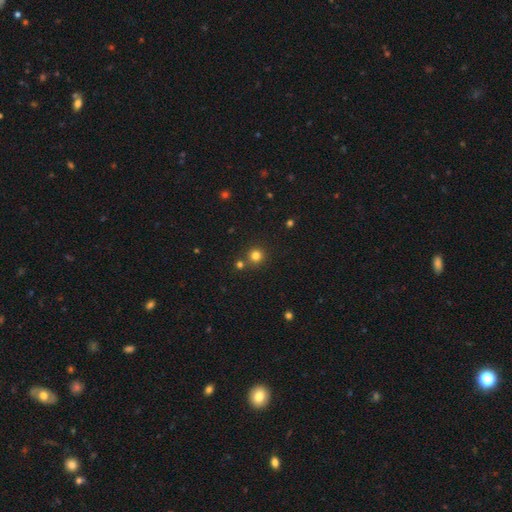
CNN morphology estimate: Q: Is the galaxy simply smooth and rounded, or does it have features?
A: smooth — 78%.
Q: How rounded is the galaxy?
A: round — 94%.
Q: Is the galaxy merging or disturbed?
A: none — 78%.